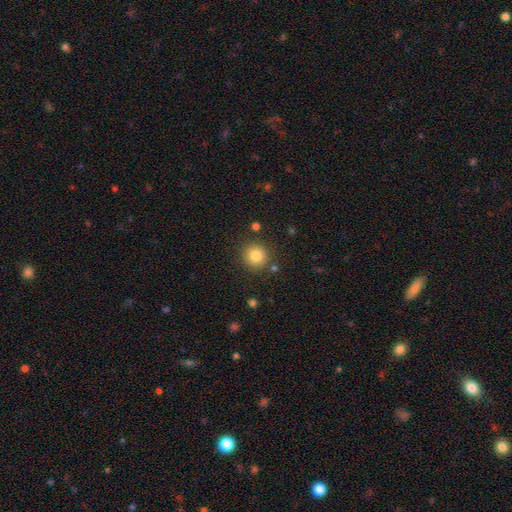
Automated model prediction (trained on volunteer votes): Morphology: type=smooth (83%); roundness=round (93%); merging=none (87%).